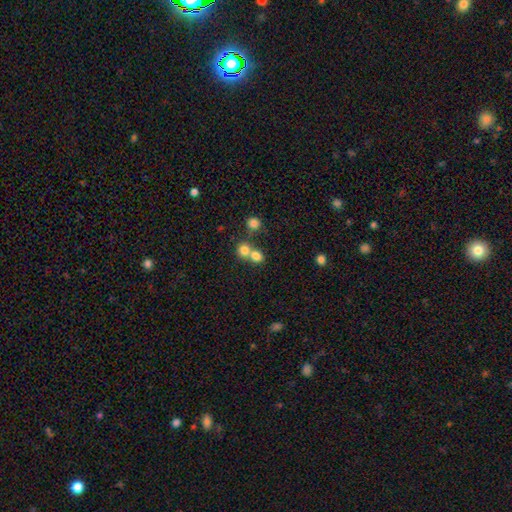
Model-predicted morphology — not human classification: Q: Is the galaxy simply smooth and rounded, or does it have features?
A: smooth — 77%.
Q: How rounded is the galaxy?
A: round — 78%.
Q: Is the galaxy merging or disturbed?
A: merger — 50%.